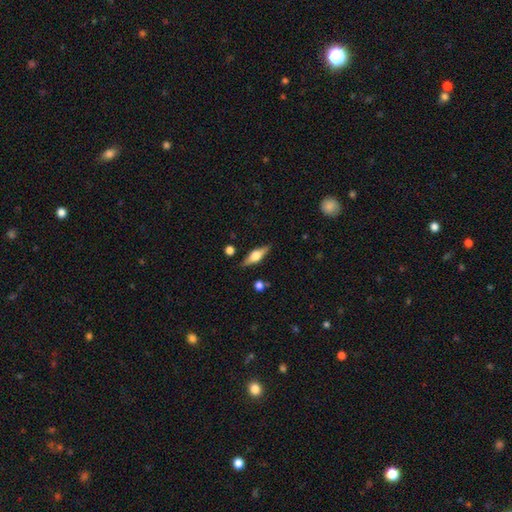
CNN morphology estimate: Q: Smooth or featured?
A: featured or disk (63%); runner-up: smooth (30%)
Q: Edge-on disk?
A: yes (96%); runner-up: no (4%)
Q: Edge-on bulge?
A: rounded (91%); runner-up: boxy (8%)
Q: Merging?
A: none (87%); runner-up: minor disturbance (9%)